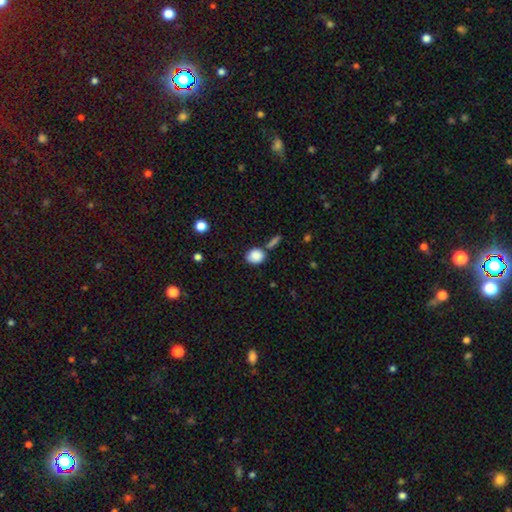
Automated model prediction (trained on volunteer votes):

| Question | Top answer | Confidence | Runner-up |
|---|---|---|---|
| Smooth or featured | smooth | 86% | star or artifact (8%) |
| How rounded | round | 56% | in between (43%) |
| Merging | none | 67% | minor disturbance (16%) |